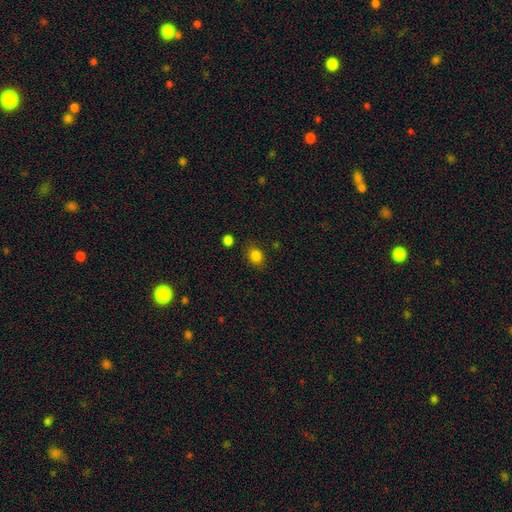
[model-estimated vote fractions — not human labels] This is clearly a smooth galaxy (83%). How rounded: possibly round (53%). Merging: clearly none (82%).